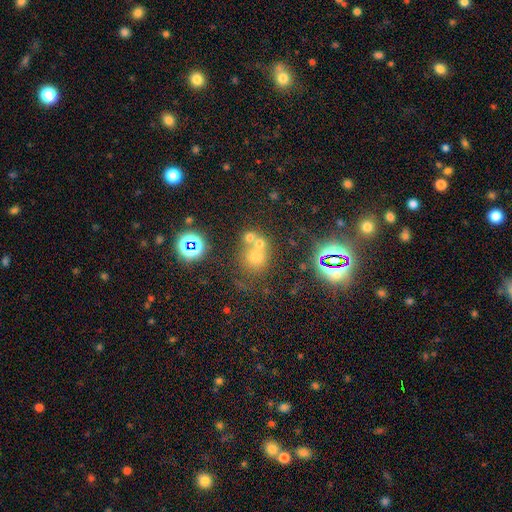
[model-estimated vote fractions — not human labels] Smooth or featured?
  - smooth: 51% *
  - star or artifact: 34%
  - featured or disk: 16%
How rounded?
  - round: 78% *
  - in between: 21%
  - cigar-shaped: 1%
Merging?
  - none: 45% *
  - merger: 41%
  - minor disturbance: 9%
  - major disturbance: 5%